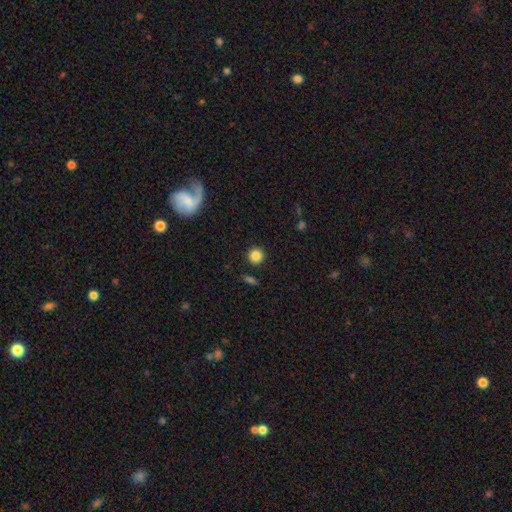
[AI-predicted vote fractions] Morphology: type=smooth (86%); roundness=round (94%); merging=none (90%).